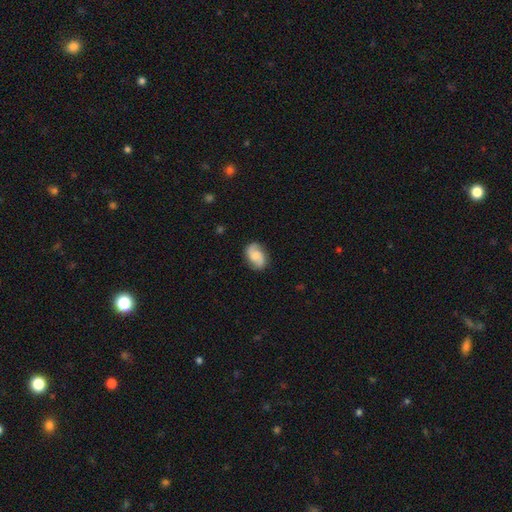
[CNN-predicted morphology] This is possibly a featured or disk galaxy (58%). It is clearly not viewed edge-on (97%). Bar: possibly no (57%). Spiral arm pattern: clearly yes (94%). Spiral arm count: clearly 2 (89%). Spiral winding: marginally medium (41%). Central bulge: marginally none (33%). Merging: clearly none (80%).